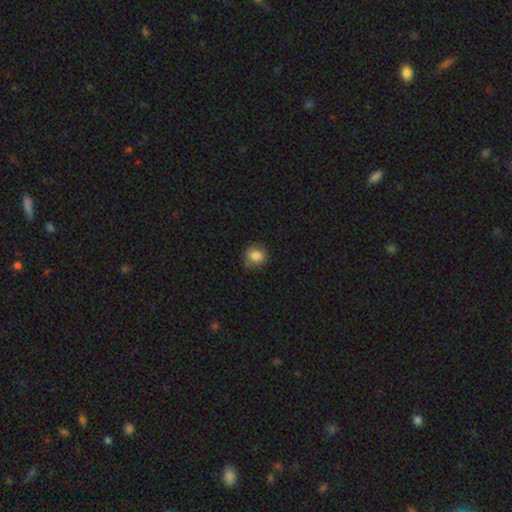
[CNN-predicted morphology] This appears to be a smooth galaxy with no disk features (83%) that is round (67%). Merging: none (76%).